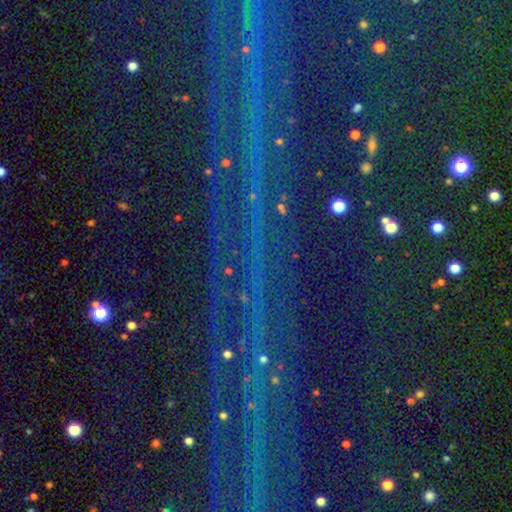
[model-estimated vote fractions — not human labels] A star or artifact, not a galaxy (82%).